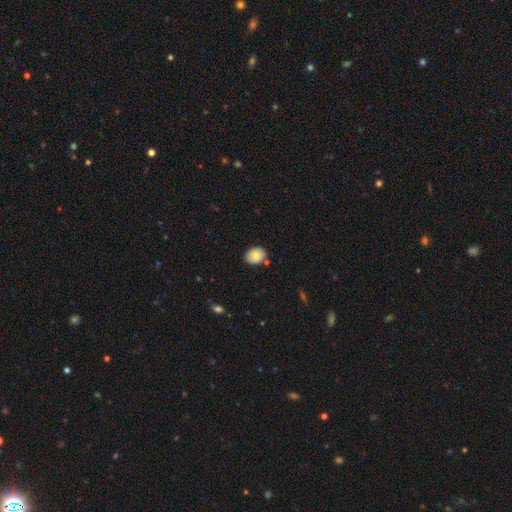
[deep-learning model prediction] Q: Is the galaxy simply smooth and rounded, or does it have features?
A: smooth — 81%.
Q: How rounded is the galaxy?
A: in between — 61%.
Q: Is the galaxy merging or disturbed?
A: none — 81%.